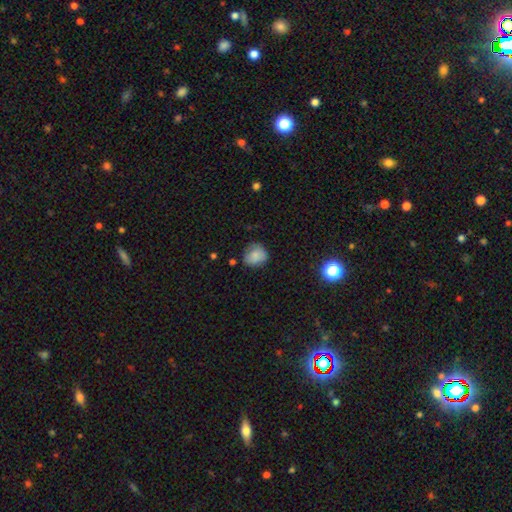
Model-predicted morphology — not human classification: smooth 78%, featured or disk 12%, star or artifact 9%. Down the decision tree: how rounded — round (70%); merging — none (62%).